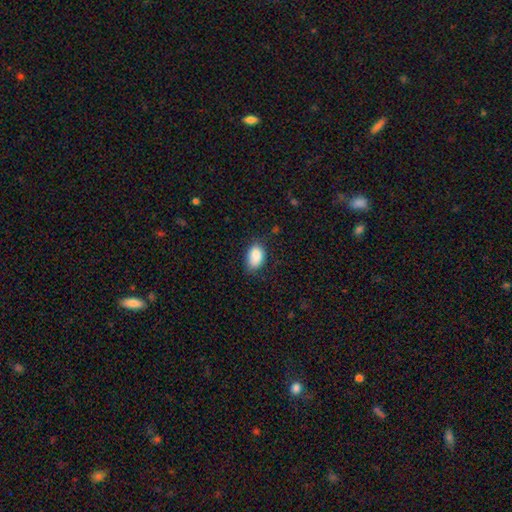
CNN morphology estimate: smooth_or_featured: smooth (p=0.88) [alt: star or artifact p=0.07]
how_rounded: in between (p=0.89) [alt: round p=0.09]
merging: none (p=0.71) [alt: minor disturbance p=0.23]